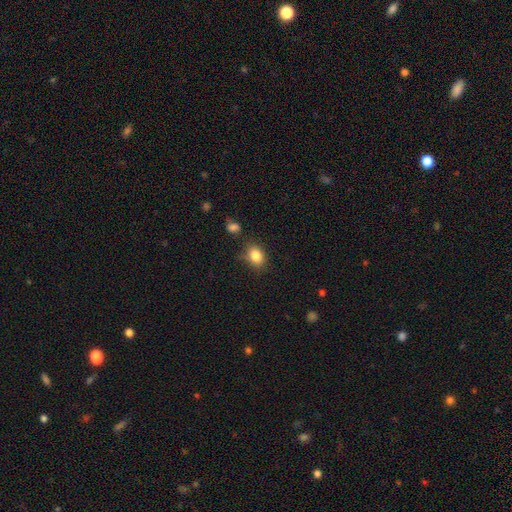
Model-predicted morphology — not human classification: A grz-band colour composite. It shows a smooth galaxy with no disk features (84%) that is in between round and cigar-shaped (58%). Merging: none (74%).